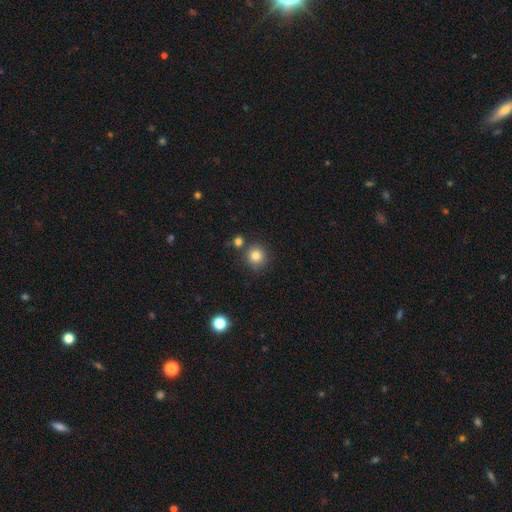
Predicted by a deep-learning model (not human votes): Morphology: type=smooth (82%); roundness=round (92%); merging=none (79%).